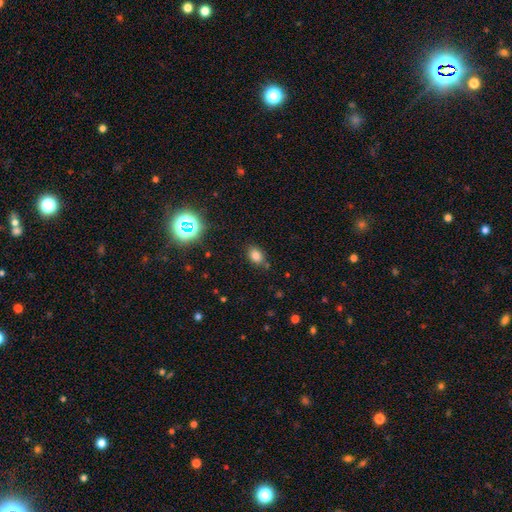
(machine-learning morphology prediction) Smooth or featured? Predicted: smooth (p=0.78). How rounded? Predicted: in between (p=0.67). Merging? Predicted: none (p=0.78).